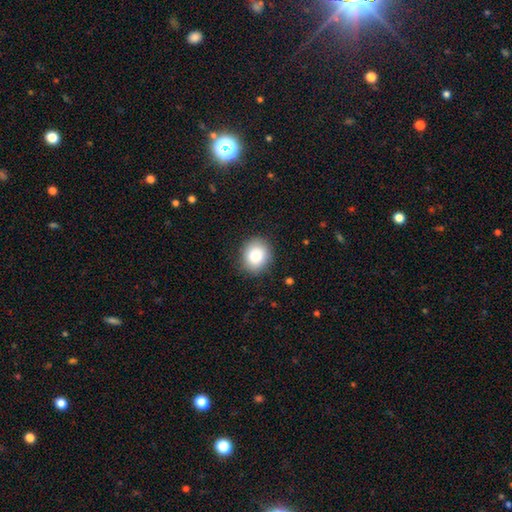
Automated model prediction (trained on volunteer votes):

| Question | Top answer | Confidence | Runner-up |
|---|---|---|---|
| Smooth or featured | smooth | 84% | star or artifact (8%) |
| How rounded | round | 71% | in between (28%) |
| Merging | none | 87% | minor disturbance (9%) |